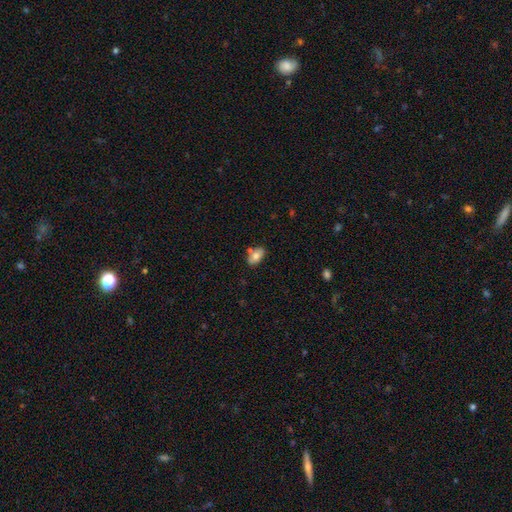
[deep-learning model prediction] Smooth or featured?
  - smooth: 72% *
  - featured or disk: 20%
  - star or artifact: 8%
How rounded?
  - in between: 88% *
  - round: 10%
  - cigar-shaped: 2%
Merging?
  - none: 66% *
  - minor disturbance: 16%
  - merger: 14%
  - major disturbance: 3%